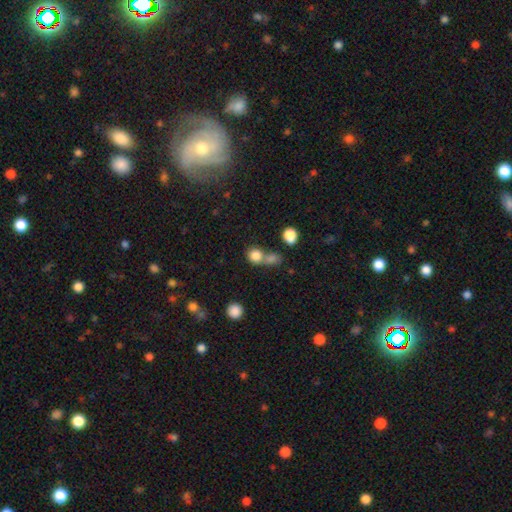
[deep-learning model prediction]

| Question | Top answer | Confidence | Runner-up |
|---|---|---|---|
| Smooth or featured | smooth | 81% | star or artifact (11%) |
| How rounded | round | 80% | in between (19%) |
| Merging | merger | 45% | none (43%) |